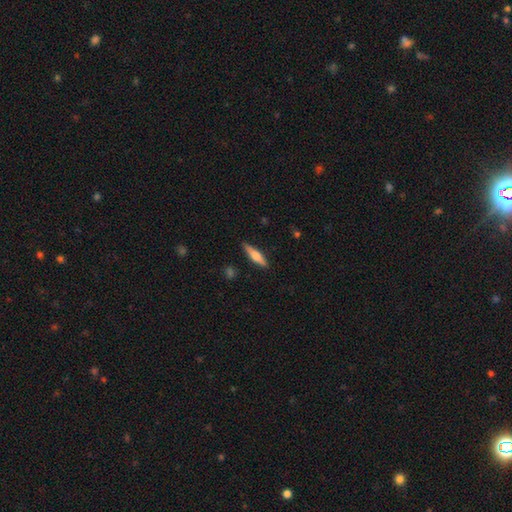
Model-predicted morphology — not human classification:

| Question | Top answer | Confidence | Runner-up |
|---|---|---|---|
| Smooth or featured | smooth | 55% | featured or disk (39%) |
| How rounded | cigar-shaped | 75% | in between (23%) |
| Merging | none | 88% | minor disturbance (9%) |